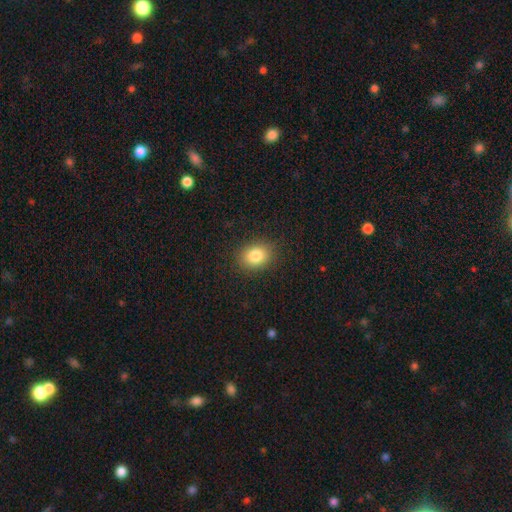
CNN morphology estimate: Smooth or featured?
  - smooth: 82% *
  - star or artifact: 10%
  - featured or disk: 8%
How rounded?
  - in between: 54% *
  - round: 45%
  - cigar-shaped: 1%
Merging?
  - none: 88% *
  - minor disturbance: 9%
  - major disturbance: 3%
  - merger: 1%